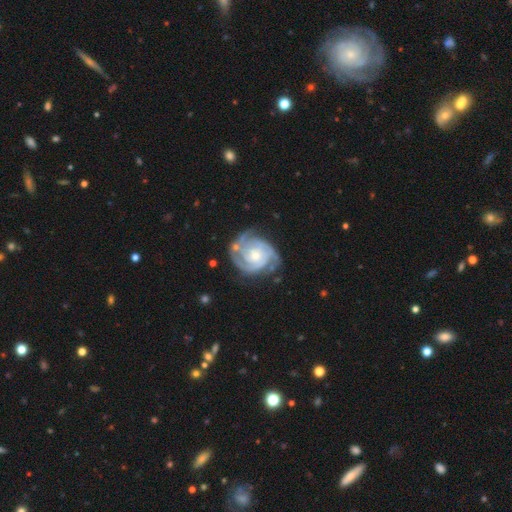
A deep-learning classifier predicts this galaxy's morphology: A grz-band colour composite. It shows a featured or disk galaxy (91%) with no bar (71%), 3 (42%) tight (69%) spiral arms (98%) and a small central bulge (58%). Merging: none (68%).